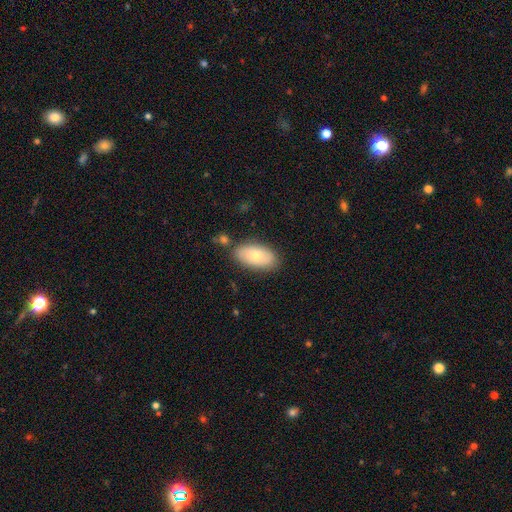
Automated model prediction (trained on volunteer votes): Q: Smooth or featured?
A: smooth (69%); runner-up: featured or disk (23%)
Q: How rounded?
A: in between (93%); runner-up: round (4%)
Q: Merging?
A: none (80%); runner-up: minor disturbance (13%)